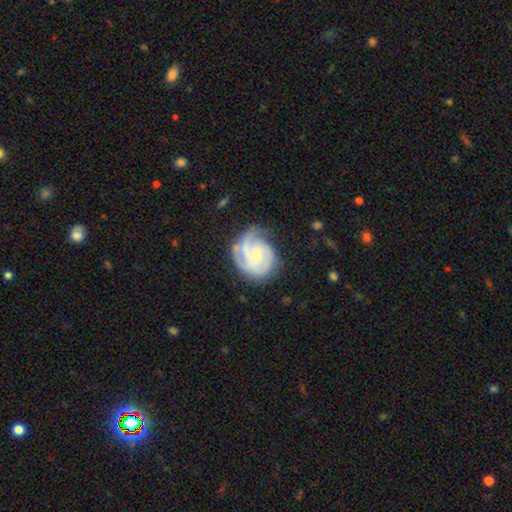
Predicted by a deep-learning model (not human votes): Smooth or featured?
  - featured or disk: 84% *
  - smooth: 11%
  - star or artifact: 5%
Edge-on disk?
  - no: 98% *
  - yes: 2%
Bar?
  - no: 65% *
  - weak: 29%
  - strong: 6%
Spiral arms?
  - yes: 96% *
  - no: 4%
Spiral winding?
  - tight: 60% *
  - medium: 33%
  - loose: 7%
Spiral arm count?
  - 3: 43% *
  - 2: 22%
  - can't tell: 18%
  - 4: 8%
  - 1: 6%
  - more than 4: 4%
Bulge size?
  - small: 64% *
  - moderate: 33%
  - none: 2%
  - large: 1%
  - dominant: 1%
Merging?
  - none: 62% *
  - minor disturbance: 24%
  - major disturbance: 12%
  - merger: 2%